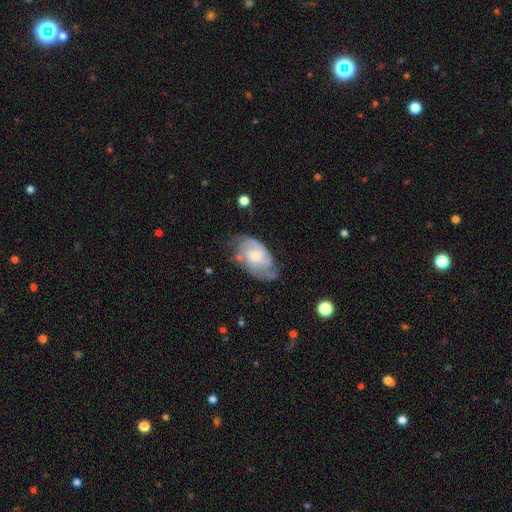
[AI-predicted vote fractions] The model was most divided on "spiral winding": medium: 44%, tight: 38%, loose: 18%. Remaining: edge-on disk — no (96%); spiral arms — yes (89%); smooth or featured — featured or disk (71%); bar — no (60%); merging — none (55%); spiral arm count — 2 (54%); bulge size — small (49%).